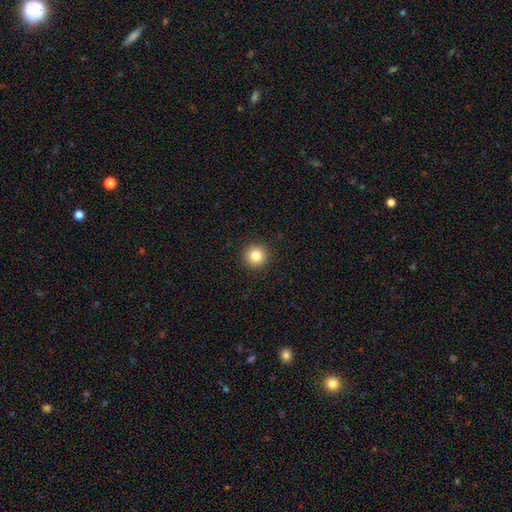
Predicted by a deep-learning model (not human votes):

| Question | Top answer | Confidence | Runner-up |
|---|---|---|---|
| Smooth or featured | smooth | 84% | star or artifact (11%) |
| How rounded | round | 96% | in between (3%) |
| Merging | none | 93% | minor disturbance (5%) |